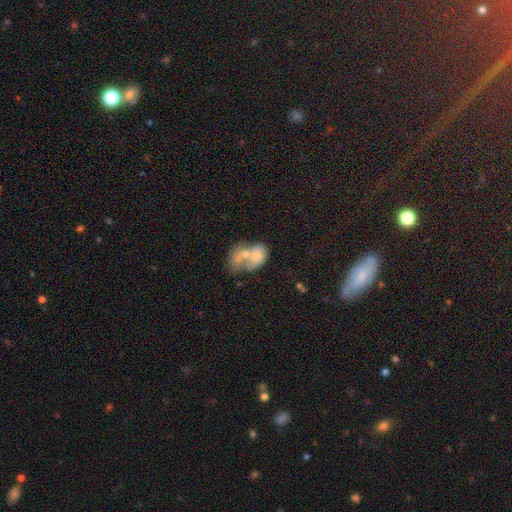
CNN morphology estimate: A smooth galaxy with no disk features (57%) that is in between round and cigar-shaped (74%). Merging: merger (72%).